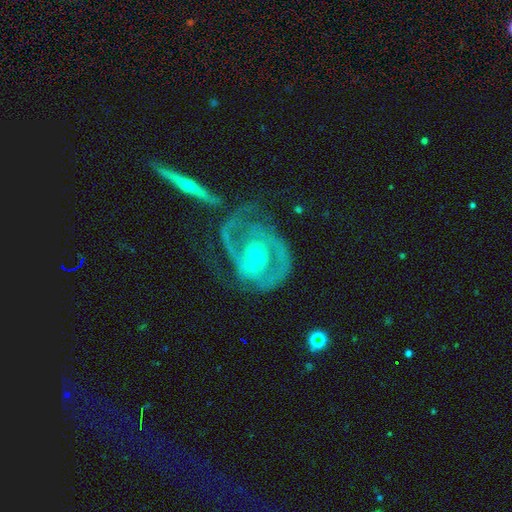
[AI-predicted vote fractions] Smooth or featured: featured or disk — 87% (smooth — 7%)
Edge-on disk: no — 97% (yes — 3%)
Bar: no — 58% (weak — 30%)
Spiral arms: yes — 93% (no — 7%)
Spiral winding: medium — 46% (tight — 40%)
Spiral arm count: 2 — 73% (can't tell — 10%)
Bulge size: small — 70% (moderate — 26%)
Merging: none — 48% (major disturbance — 24%)